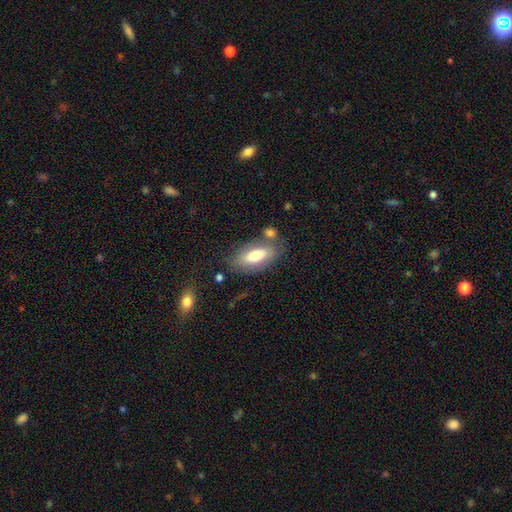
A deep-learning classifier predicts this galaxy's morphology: Q: Smooth or featured?
A: smooth (68%); runner-up: featured or disk (25%)
Q: How rounded?
A: in between (82%); runner-up: cigar-shaped (16%)
Q: Merging?
A: none (68%); runner-up: minor disturbance (16%)